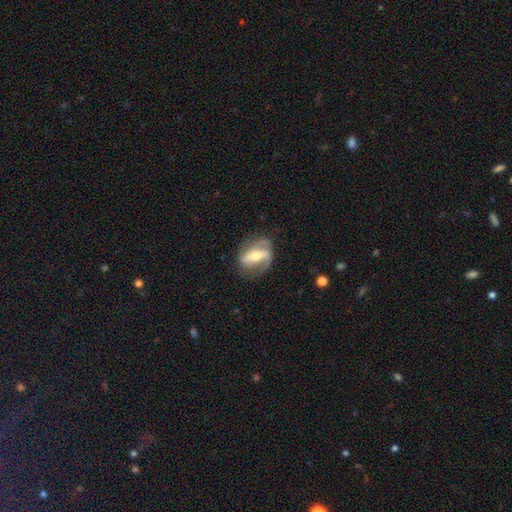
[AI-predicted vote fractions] Smooth or featured? featured or disk (79%)
Edge-on disk? no (91%)
Bar? strong (59%)
Spiral arms? yes (85%)
Spiral winding? medium (40%)
Spiral arm count? 2 (75%)
Bulge size? moderate (58%)
Merging? none (64%)